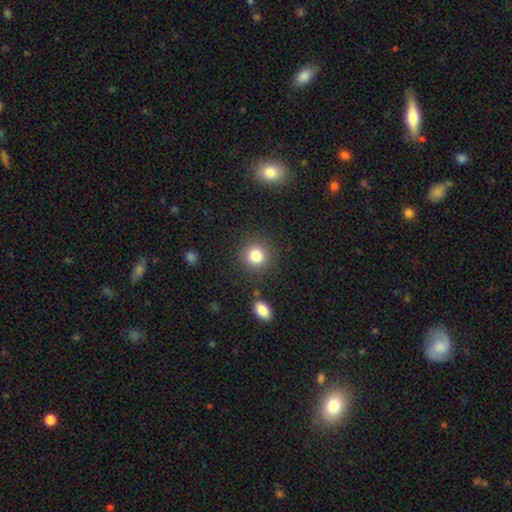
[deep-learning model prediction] Q: Smooth or featured?
A: smooth (82%); runner-up: star or artifact (12%)
Q: How rounded?
A: round (90%); runner-up: in between (9%)
Q: Merging?
A: none (85%); runner-up: minor disturbance (8%)